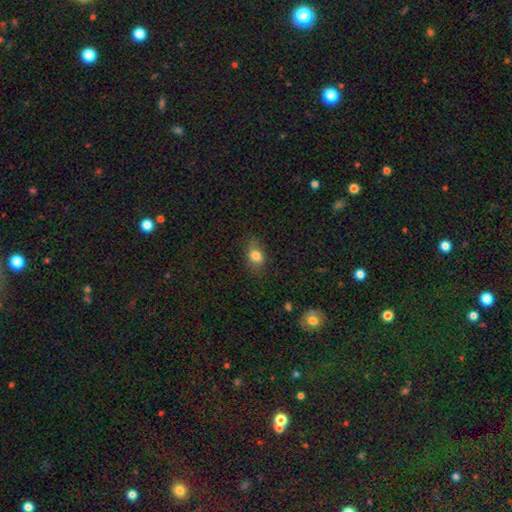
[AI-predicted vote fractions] This is likely a smooth galaxy (79%). How rounded: likely in between (73%). Merging: likely none (75%).